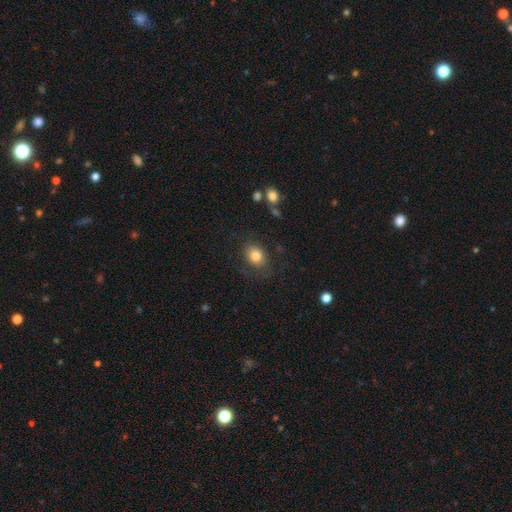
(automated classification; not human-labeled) Q: Smooth or featured?
A: smooth (82%); runner-up: star or artifact (9%)
Q: How rounded?
A: in between (52%); runner-up: round (47%)
Q: Merging?
A: none (77%); runner-up: minor disturbance (15%)